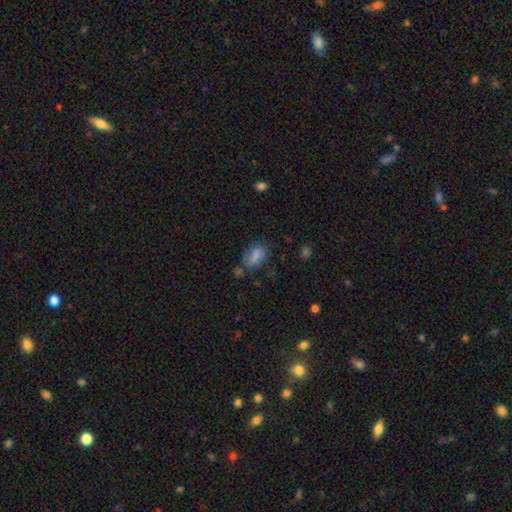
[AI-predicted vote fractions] Smooth or featured?
  - smooth: 79% *
  - featured or disk: 11%
  - star or artifact: 10%
How rounded?
  - in between: 87% *
  - round: 10%
  - cigar-shaped: 3%
Merging?
  - none: 55% *
  - minor disturbance: 26%
  - major disturbance: 11%
  - merger: 7%